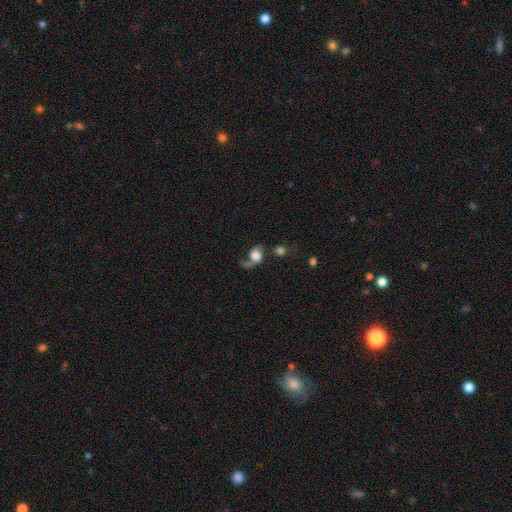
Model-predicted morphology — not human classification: featured or disk 47%, smooth 42%, star or artifact 11%. Down the decision tree: merging — major disturbance (36%).